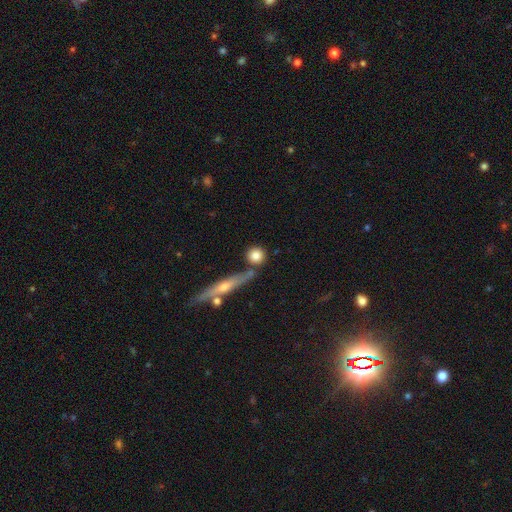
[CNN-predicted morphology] smooth_or_featured: smooth (p=0.78) [alt: featured or disk p=0.14]
how_rounded: round (p=0.86) [alt: in between p=0.09]
merging: none (p=0.71) [alt: merger p=0.15]